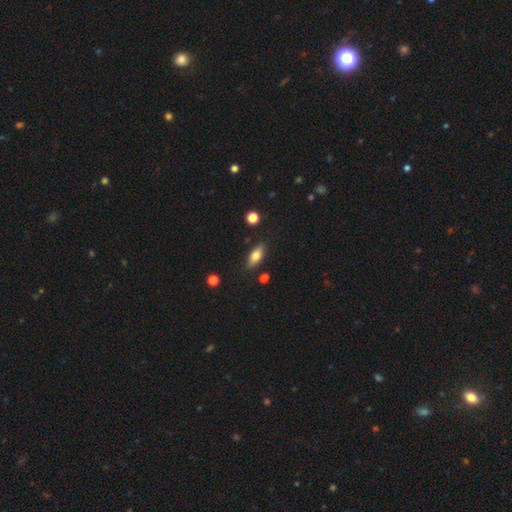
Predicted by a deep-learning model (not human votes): Overall: smooth (72%). How rounded: in between (79%). Merging: none (84%).